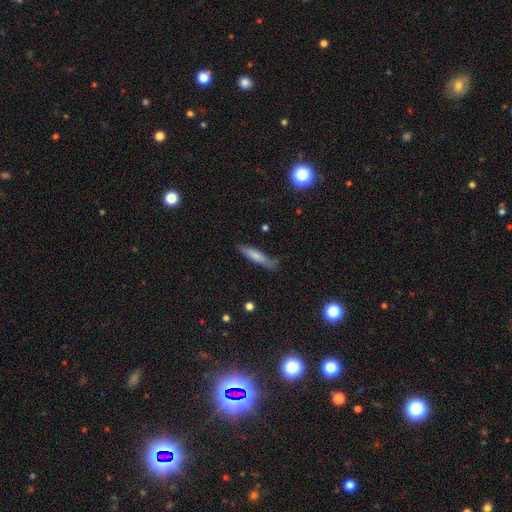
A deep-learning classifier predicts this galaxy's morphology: Overall: smooth (70%). How rounded: cigar-shaped (81%). Merging: none (67%).